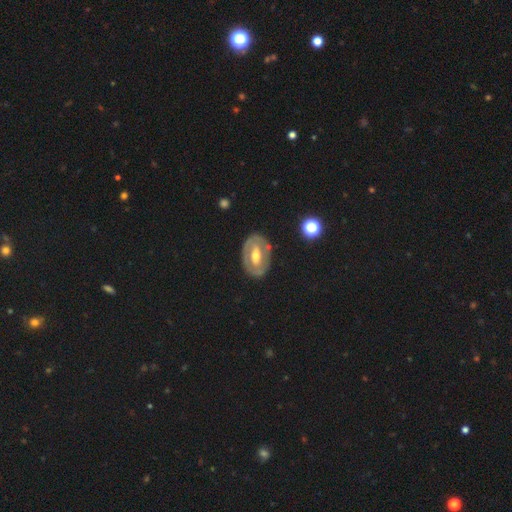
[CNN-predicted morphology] Overall: featured or disk (66%; smooth 29%). Edge-on disk: no (93%). Bar: no (36%, tied with weak). Spiral arms: no (65%; yes 35%). Bulge size: moderate (68%). Merging: none (78%).